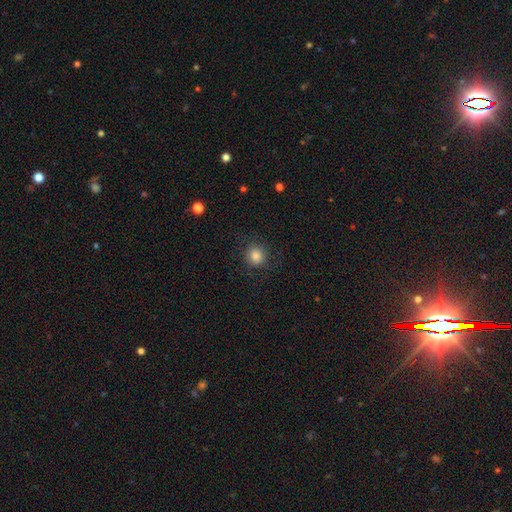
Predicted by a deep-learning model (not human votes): The model was most divided on "merging": none: 83%, minor disturbance: 11%, major disturbance: 5%, merger: 1%. More confident: how rounded — round (87%); smooth or featured — smooth (83%).